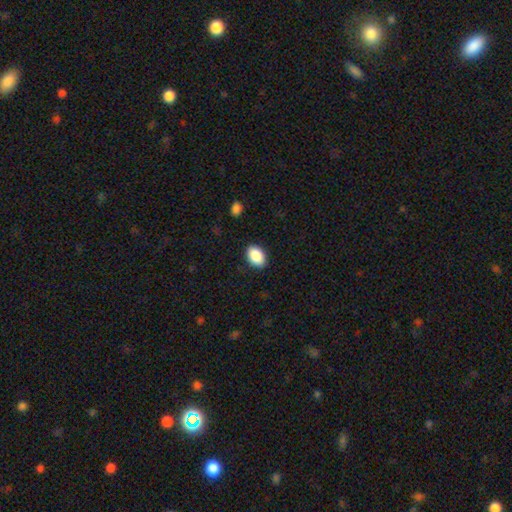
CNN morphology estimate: Overall: smooth (90%). How rounded: in between (87%). Merging: none (88%).